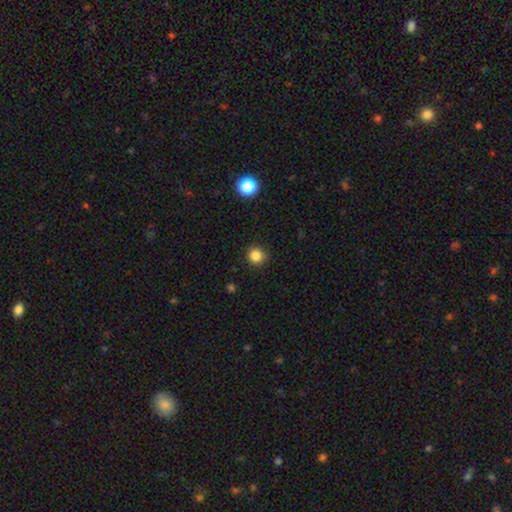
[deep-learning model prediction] Smooth or featured?
  - smooth: 84% *
  - star or artifact: 12%
  - featured or disk: 4%
How rounded?
  - round: 93% *
  - in between: 6%
  - cigar-shaped: 1%
Merging?
  - none: 88% *
  - minor disturbance: 9%
  - major disturbance: 2%
  - merger: 1%